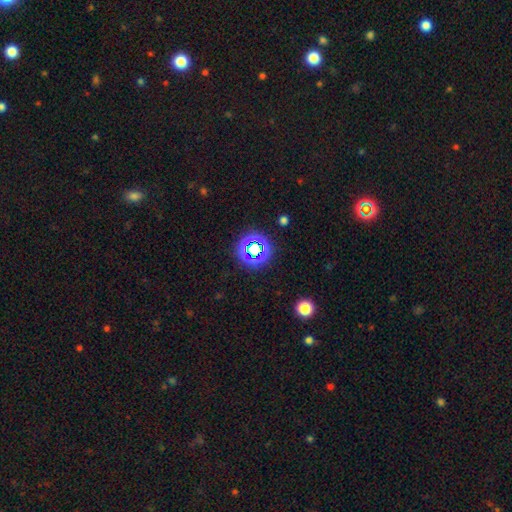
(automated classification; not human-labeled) star or artifact 66%, smooth 26%, featured or disk 7%.